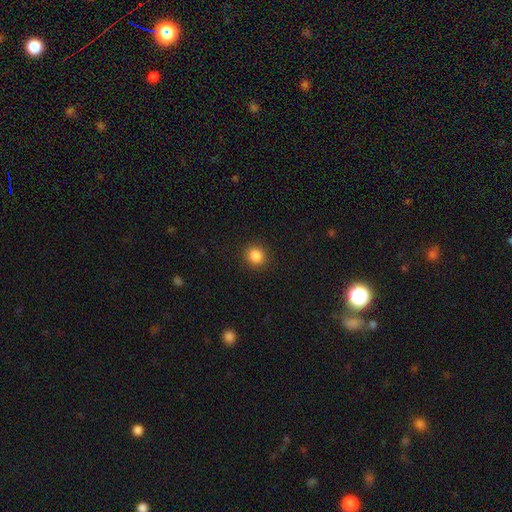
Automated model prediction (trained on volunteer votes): Overall: smooth (86%). How rounded: round (85%). Merging: none (91%).